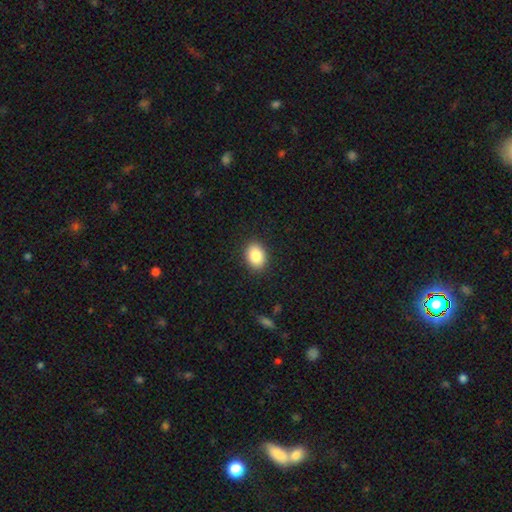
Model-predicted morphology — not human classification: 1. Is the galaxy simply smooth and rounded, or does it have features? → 86% smooth, 8% star or artifact, 6% featured or disk.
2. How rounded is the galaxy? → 66% in between, 33% round, 1% cigar-shaped.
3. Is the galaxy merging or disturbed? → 90% none, 7% minor disturbance, 2% major disturbance, 1% merger.